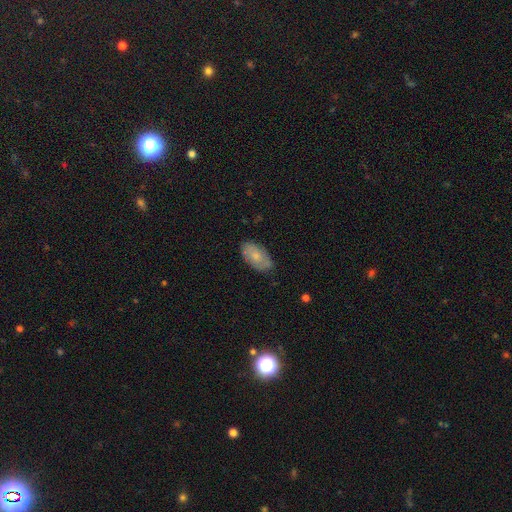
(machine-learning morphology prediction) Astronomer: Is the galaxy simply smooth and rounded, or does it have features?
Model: smooth — 64%.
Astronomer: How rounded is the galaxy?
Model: in between — 94%.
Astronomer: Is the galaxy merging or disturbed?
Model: none — 77%.